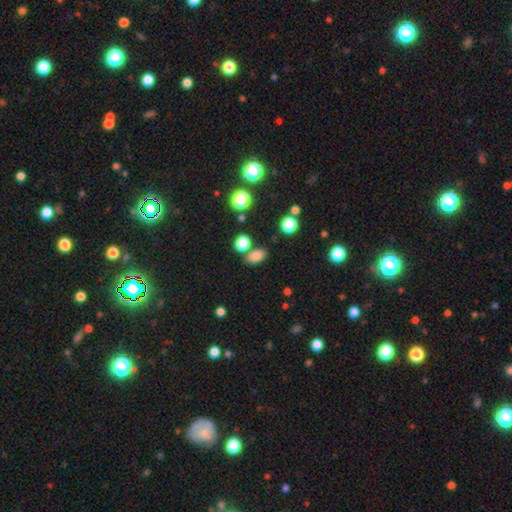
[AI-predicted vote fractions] A smooth galaxy with no disk features (81%) that is in between round and cigar-shaped (83%). Merging: none (71%).